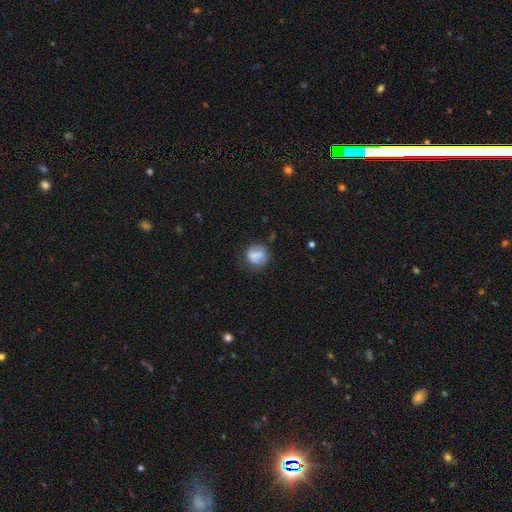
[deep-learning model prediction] This is likely a smooth galaxy (67%). How rounded: clearly round (80%). Merging: likely none (64%).